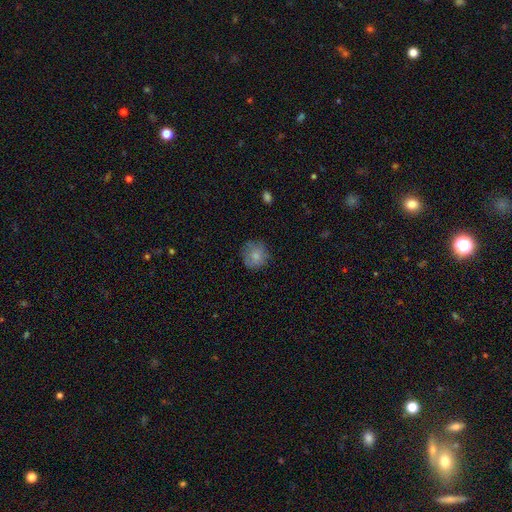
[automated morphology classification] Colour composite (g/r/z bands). It shows a smooth galaxy with no disk features (80%) that is round (89%). Merging: none (77%).